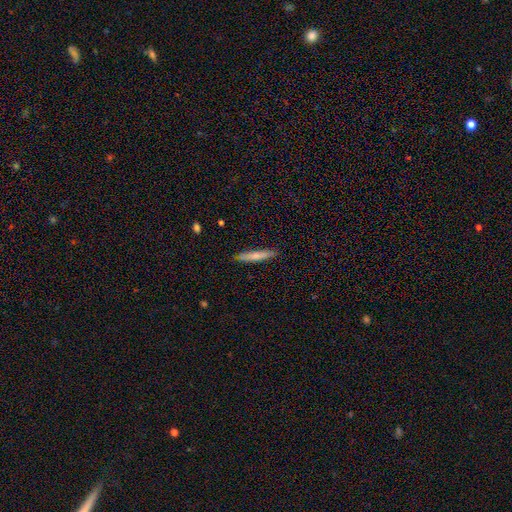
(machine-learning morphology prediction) type=smooth (67%); roundness=cigar-shaped (94%); merging=none (89%).